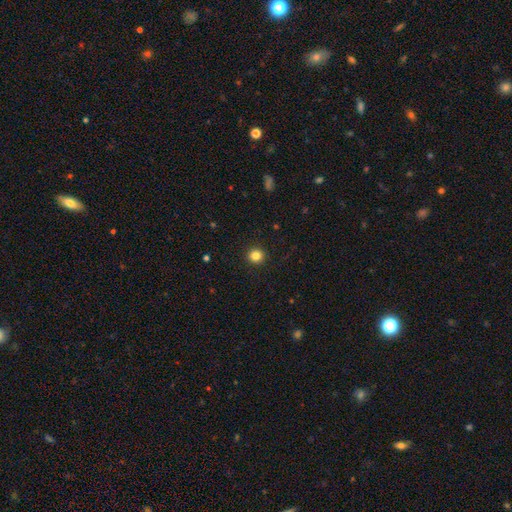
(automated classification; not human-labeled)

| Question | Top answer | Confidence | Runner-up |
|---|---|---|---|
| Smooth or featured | smooth | 84% | star or artifact (12%) |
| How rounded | round | 92% | in between (7%) |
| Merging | none | 93% | minor disturbance (5%) |